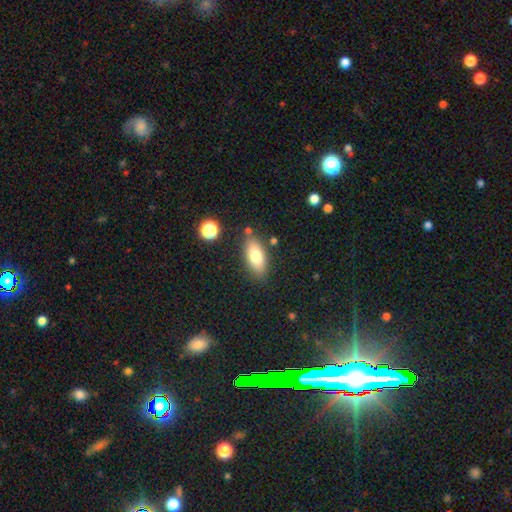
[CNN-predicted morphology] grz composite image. It shows a smooth galaxy with no disk features (77%) that is in between round and cigar-shaped (84%). Merging: none (80%).